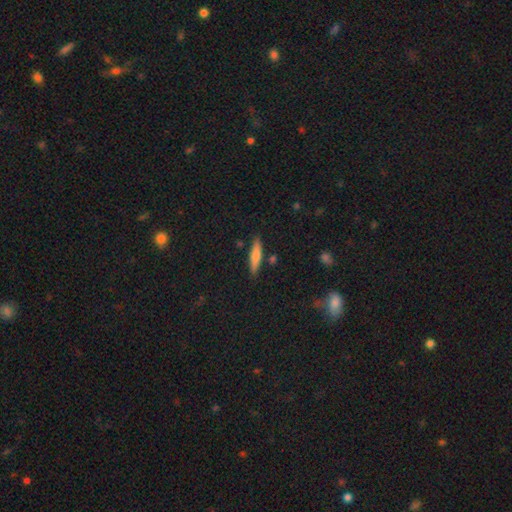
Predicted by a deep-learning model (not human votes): Smooth or featured? Predicted: smooth (p=0.70). How rounded? Predicted: cigar-shaped (p=0.83). Merging? Predicted: none (p=0.85).